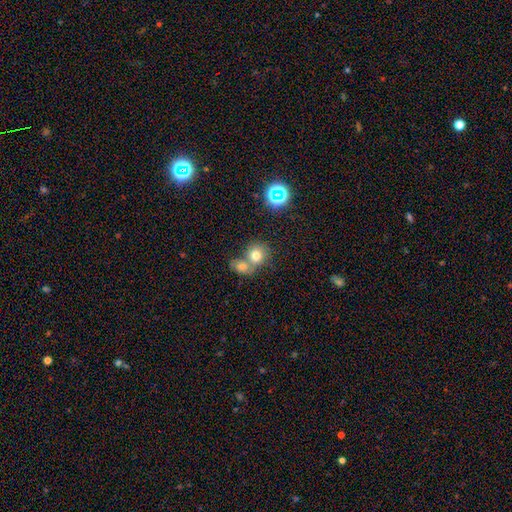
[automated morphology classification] Smooth or featured: smooth — 73% (star or artifact — 15%)
How rounded: round — 78% (in between — 21%)
Merging: merger — 46% (none — 42%)